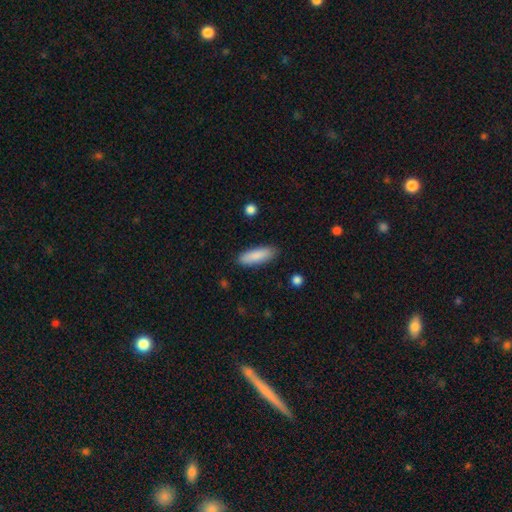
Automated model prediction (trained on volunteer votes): smooth 87%, featured or disk 7%, star or artifact 6%. Down the decision tree: how rounded — in between (55%); merging — none (87%).